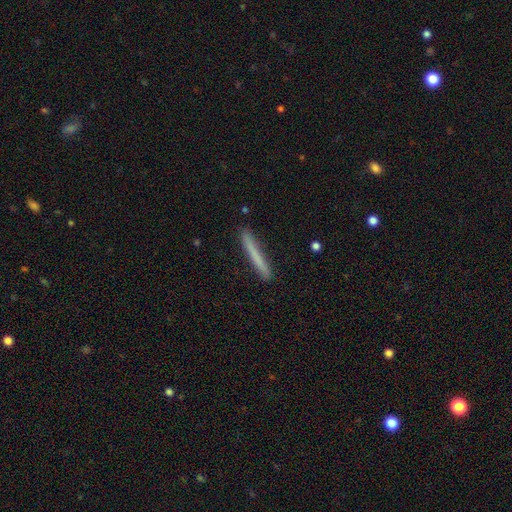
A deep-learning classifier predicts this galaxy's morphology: Smooth or featured? Predicted: smooth (p=0.70). How rounded? Predicted: cigar-shaped (p=0.97). Merging? Predicted: none (p=0.88).